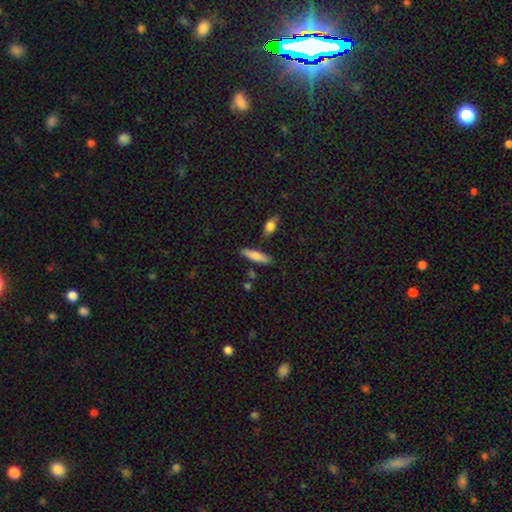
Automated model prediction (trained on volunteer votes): Q: Smooth or featured?
A: smooth (76%); runner-up: featured or disk (18%)
Q: How rounded?
A: cigar-shaped (69%); runner-up: in between (29%)
Q: Merging?
A: none (80%); runner-up: minor disturbance (11%)